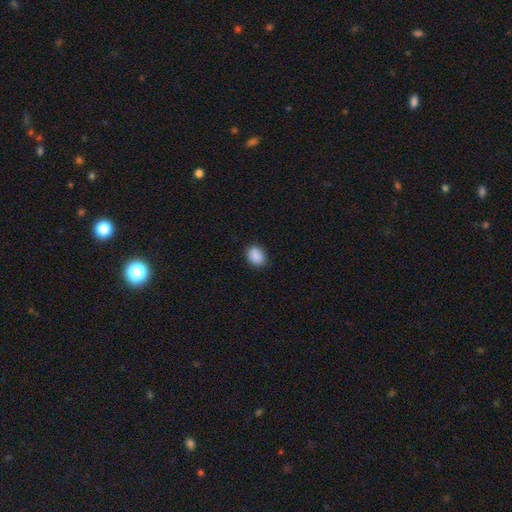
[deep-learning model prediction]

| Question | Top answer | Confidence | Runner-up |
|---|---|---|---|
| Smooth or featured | smooth | 90% | star or artifact (8%) |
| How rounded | in between | 65% | round (34%) |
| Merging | none | 87% | minor disturbance (9%) |